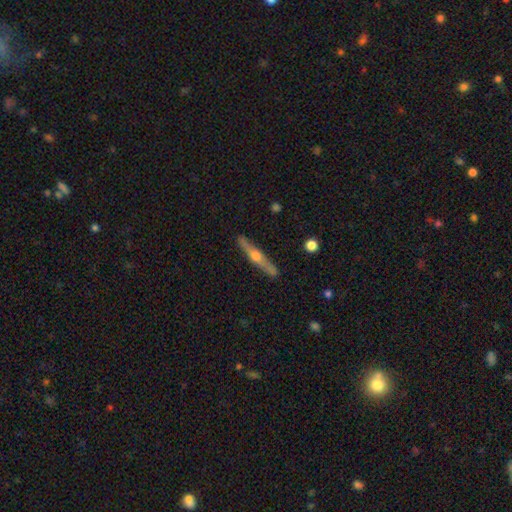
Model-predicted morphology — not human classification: Smooth or featured? Predicted: featured or disk (p=0.73). Edge-on disk? Predicted: yes (p=0.97). Edge-on bulge? Predicted: rounded (p=0.93). Merging? Predicted: none (p=0.89).